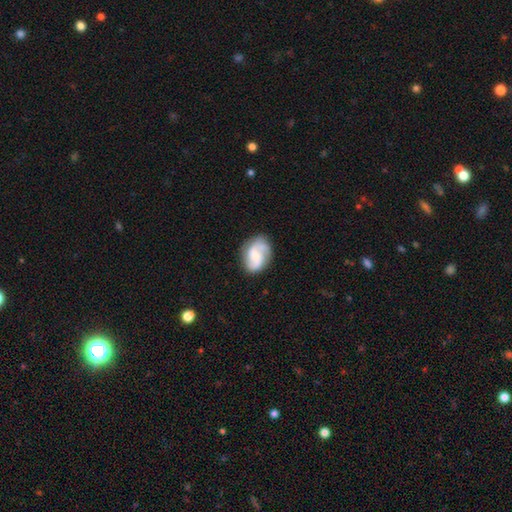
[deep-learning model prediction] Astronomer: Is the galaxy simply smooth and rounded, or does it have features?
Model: featured or disk — 64%.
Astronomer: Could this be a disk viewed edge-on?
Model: no — 97%.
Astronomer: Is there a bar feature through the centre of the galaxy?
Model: no — 54% (runner-up: weak, 38%).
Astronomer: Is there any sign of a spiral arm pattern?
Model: yes — 92%.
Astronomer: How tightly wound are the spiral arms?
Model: medium — 45% (runner-up: loose, 35%).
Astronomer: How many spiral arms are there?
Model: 2 — 75%.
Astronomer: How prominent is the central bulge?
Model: small — 41% (runner-up: moderate, 33%).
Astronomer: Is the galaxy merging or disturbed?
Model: none — 71%.